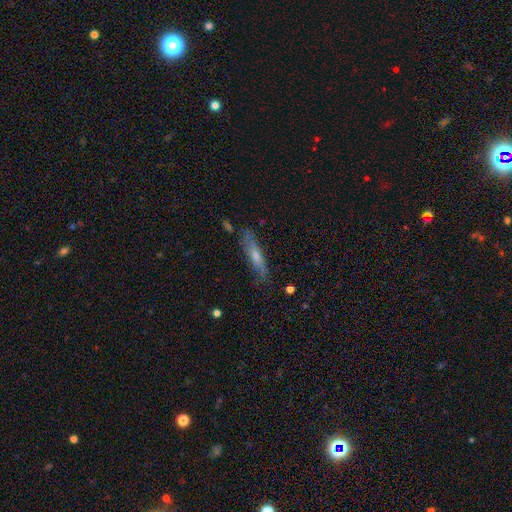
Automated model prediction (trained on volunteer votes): A featured or disk galaxy (52%) viewed edge-on (74%).

Vote fractions:
- Smooth or featured? featured or disk: 52% / smooth: 39% / star or artifact: 9%
- Edge-on disk? yes: 74% / no: 26%
- Merging? none: 75% / minor disturbance: 18% / major disturbance: 4% / merger: 3%